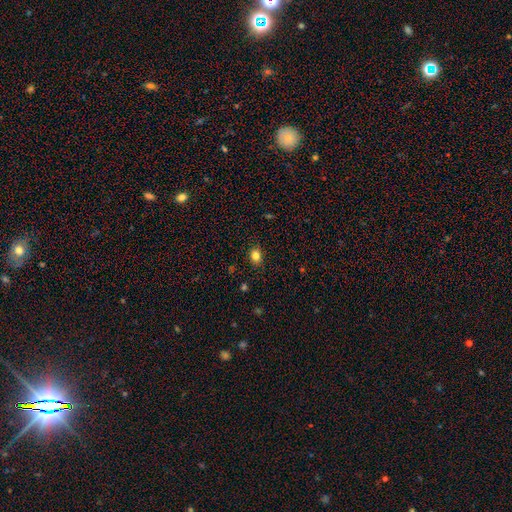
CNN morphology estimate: Smooth or featured? Predicted: smooth (p=0.82). How rounded? Predicted: round (p=0.51). Merging? Predicted: none (p=0.87).